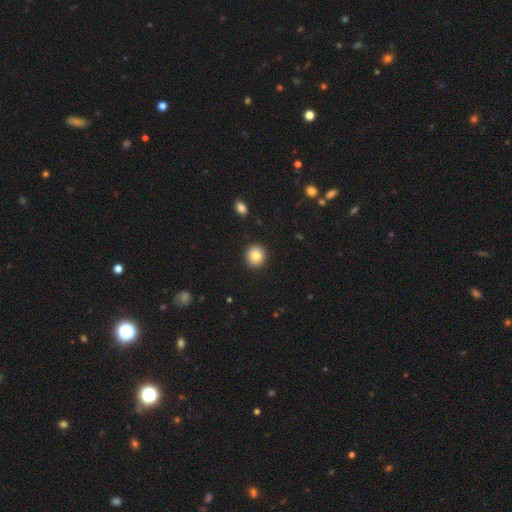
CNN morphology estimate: A smooth galaxy with no disk features (83%) that is round (90%). Merging: none (92%).